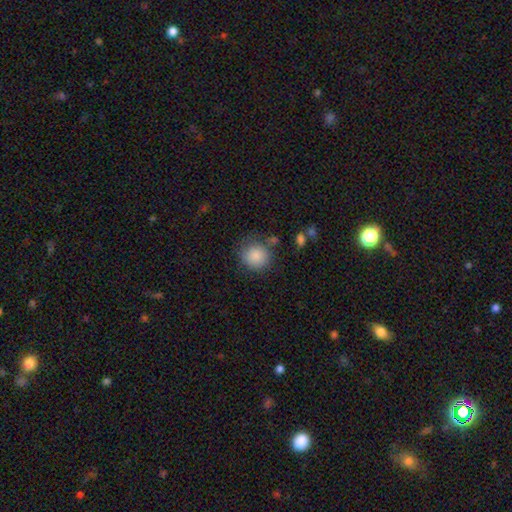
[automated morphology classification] smooth_or_featured: smooth (p=0.87) [alt: star or artifact p=0.08]
how_rounded: round (p=0.90) [alt: in between p=0.09]
merging: none (p=0.75) [alt: minor disturbance p=0.15]